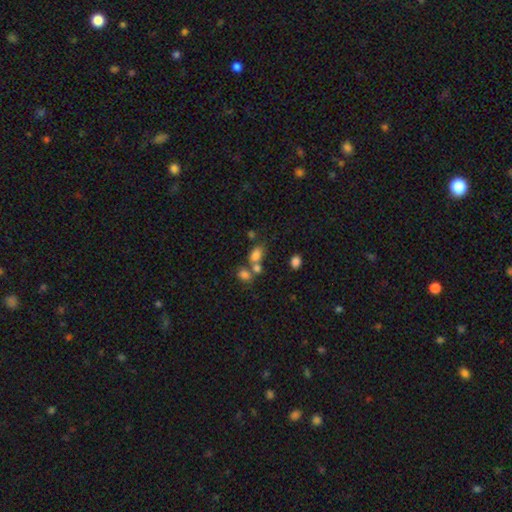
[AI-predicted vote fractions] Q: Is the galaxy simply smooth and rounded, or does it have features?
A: smooth — 75%.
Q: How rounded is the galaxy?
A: in between — 77%.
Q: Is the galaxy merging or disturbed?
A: merger — 43%.